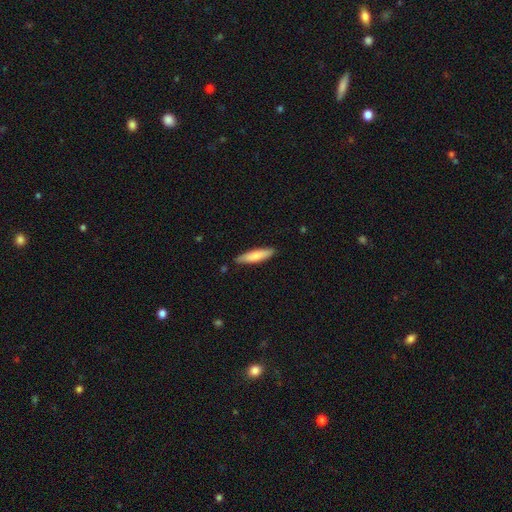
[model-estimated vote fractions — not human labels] A smooth galaxy with no disk features (78%) that is cigar-shaped (74%). Merging: none (84%).